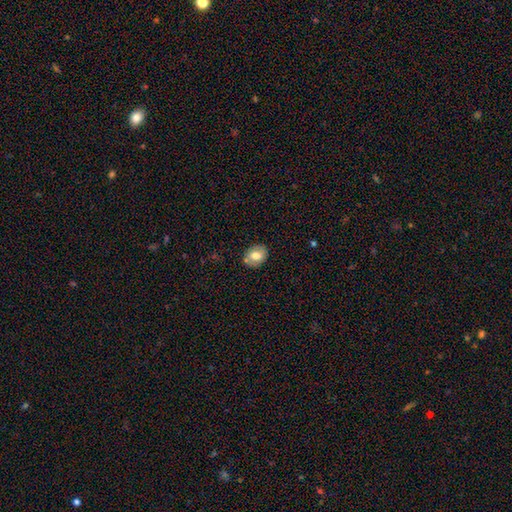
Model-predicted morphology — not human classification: Smooth or featured: smooth — 71% (featured or disk — 22%)
How rounded: in between — 62% (round — 37%)
Merging: none — 81% (minor disturbance — 12%)